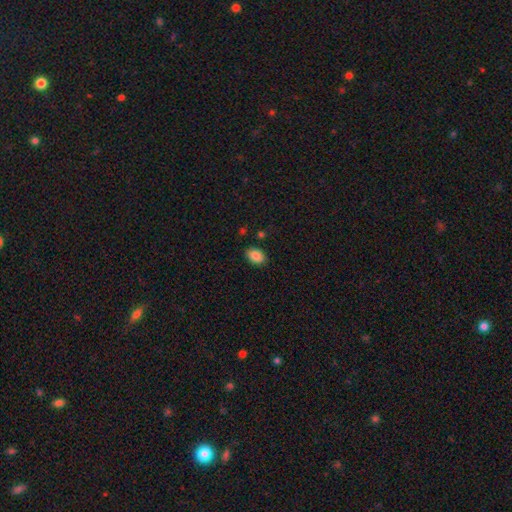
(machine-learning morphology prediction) Smooth or featured?
  - smooth: 85% *
  - star or artifact: 8%
  - featured or disk: 7%
How rounded?
  - in between: 81% *
  - round: 18%
  - cigar-shaped: 1%
Merging?
  - none: 86% *
  - minor disturbance: 9%
  - major disturbance: 2%
  - merger: 2%